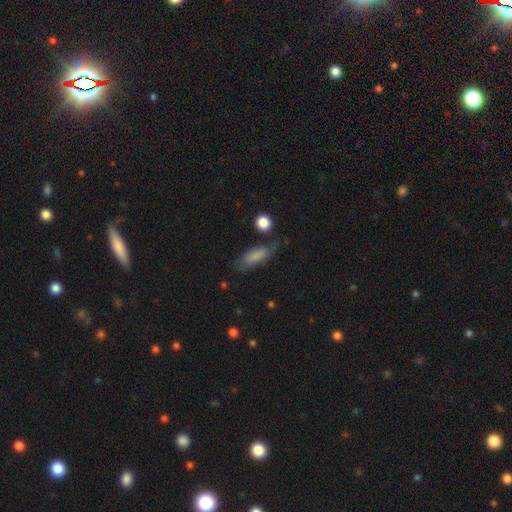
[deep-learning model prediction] Smooth or featured: smooth — 76% (featured or disk — 16%)
How rounded: in between — 62% (cigar-shaped — 35%)
Merging: none — 59% (minor disturbance — 27%)